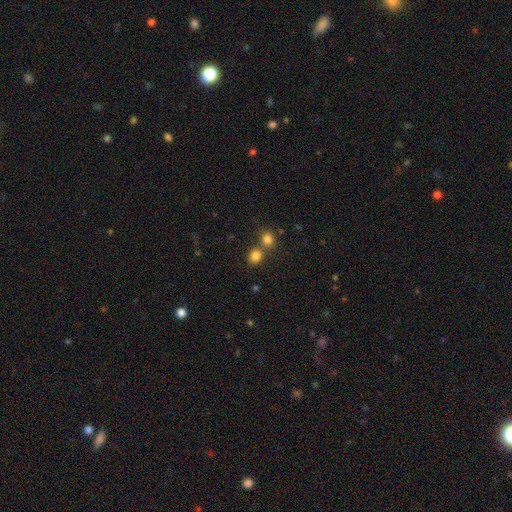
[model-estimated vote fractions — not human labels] smooth 81%, star or artifact 13%, featured or disk 6%. Down the decision tree: how rounded — round (80%); merging — none (57%).